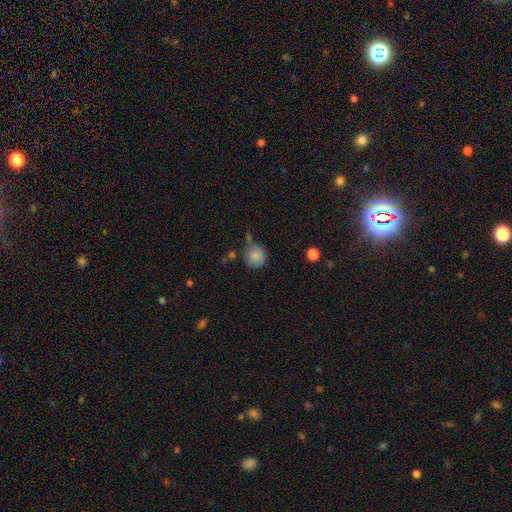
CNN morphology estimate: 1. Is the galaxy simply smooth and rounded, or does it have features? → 85% smooth, 9% star or artifact, 6% featured or disk.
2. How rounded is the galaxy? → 90% round, 9% in between, 1% cigar-shaped.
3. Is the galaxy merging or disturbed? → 66% none, 19% minor disturbance, 10% merger, 5% major disturbance.